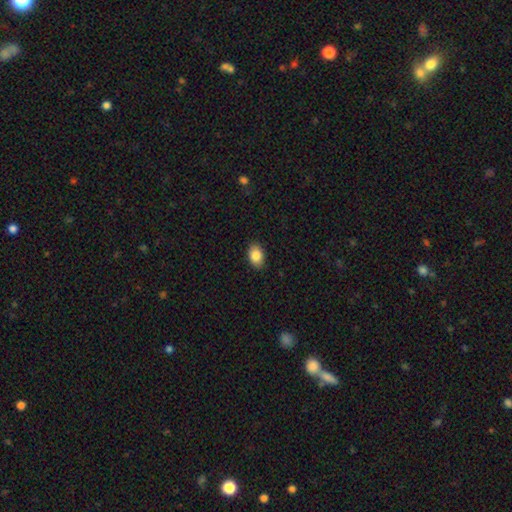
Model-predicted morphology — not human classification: This is clearly a smooth galaxy (86%). How rounded: clearly in between (84%). Merging: clearly none (89%).